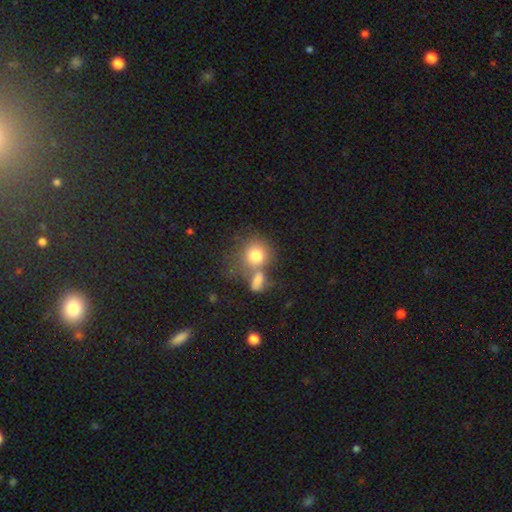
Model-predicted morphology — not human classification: A smooth galaxy with no disk features (77%) that is round (82%).

Vote fractions:
- Smooth or featured? smooth: 77% / featured or disk: 13% / star or artifact: 10%
- How rounded? round: 82% / in between: 17% / cigar-shaped: 1%
- Merging? merger: 42% / none: 40% / minor disturbance: 11% / major disturbance: 7%